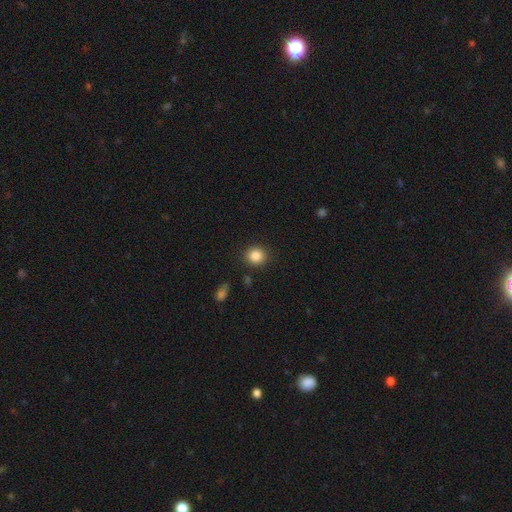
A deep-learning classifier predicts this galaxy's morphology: A smooth galaxy with no disk features (86%) that is round (88%). Merging: none (88%).